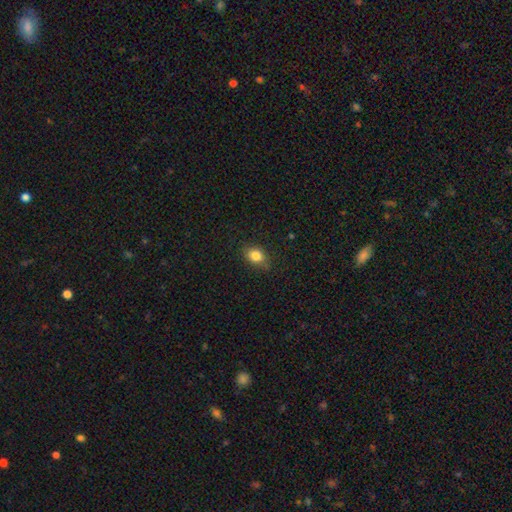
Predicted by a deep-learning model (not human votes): Smooth or featured: smooth — 84% (star or artifact — 10%)
How rounded: in between — 61% (round — 37%)
Merging: none — 81% (minor disturbance — 15%)